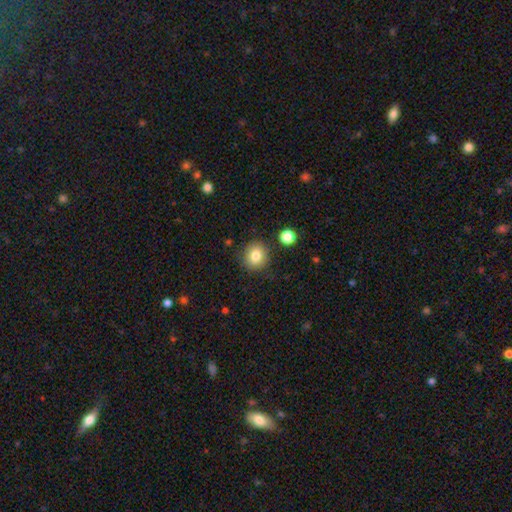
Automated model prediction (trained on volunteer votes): Smooth or featured? smooth (82%)
How rounded? round (84%)
Merging? none (84%)